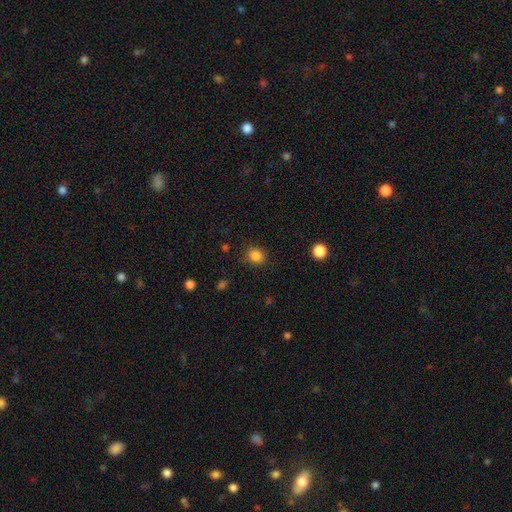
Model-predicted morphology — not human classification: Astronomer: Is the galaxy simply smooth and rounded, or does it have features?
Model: smooth — 85%.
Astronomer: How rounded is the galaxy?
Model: round — 71%.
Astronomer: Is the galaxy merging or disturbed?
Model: none — 83%.